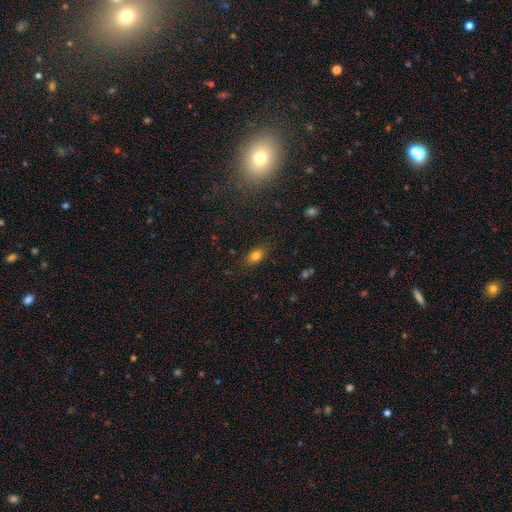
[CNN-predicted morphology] Smooth or featured: smooth — 79% (star or artifact — 12%)
How rounded: in between — 80% (round — 16%)
Merging: none — 82% (minor disturbance — 13%)